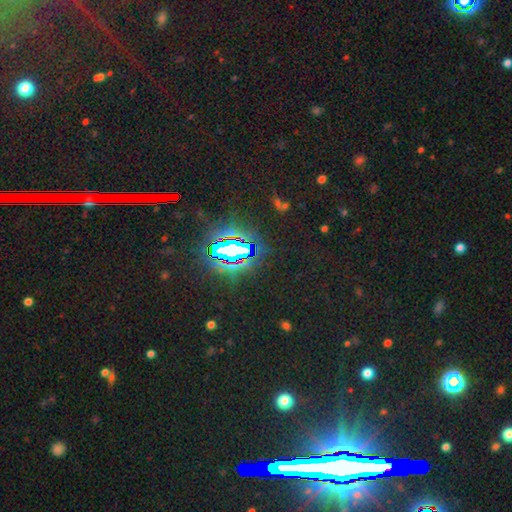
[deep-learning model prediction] Smooth or featured? Predicted: star or artifact (p=0.81).